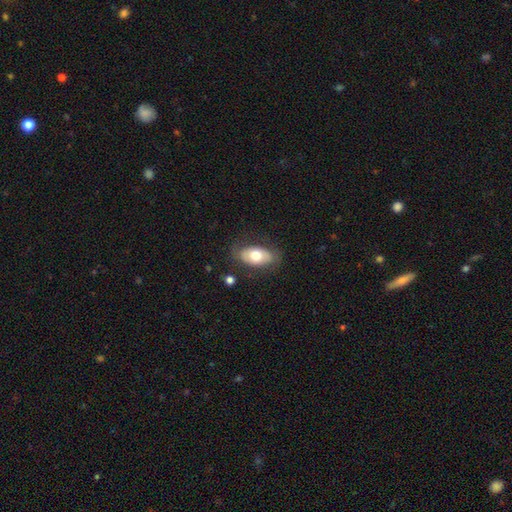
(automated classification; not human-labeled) A smooth galaxy with no disk features (63%) that is in between round and cigar-shaped (92%). Merging: none (77%).